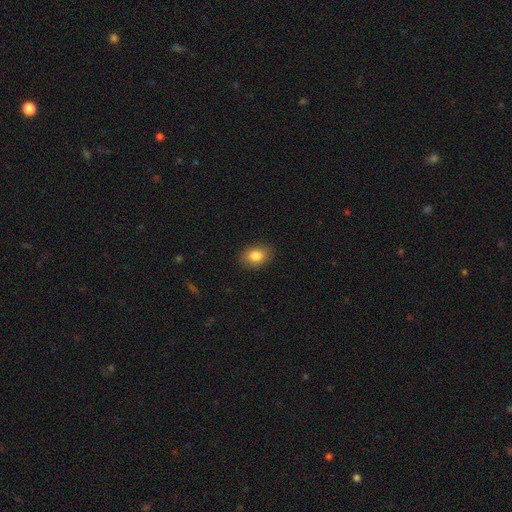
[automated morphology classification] This appears to be a smooth galaxy with no disk features (83%) that is in between round and cigar-shaped (76%). Merging: none (86%).